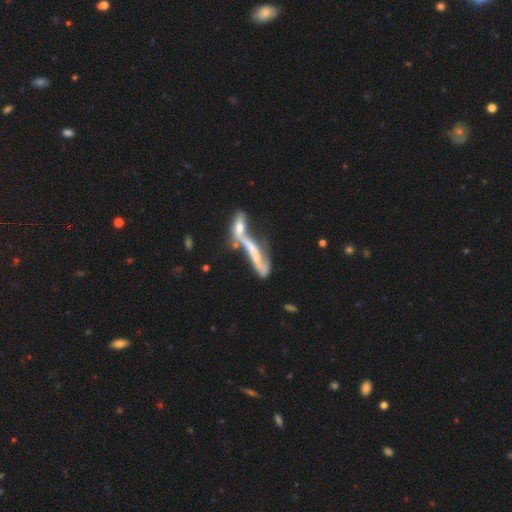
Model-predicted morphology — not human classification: Smooth or featured? featured or disk (59%)
Edge-on disk? yes (61%)
Merging? merger (59%)